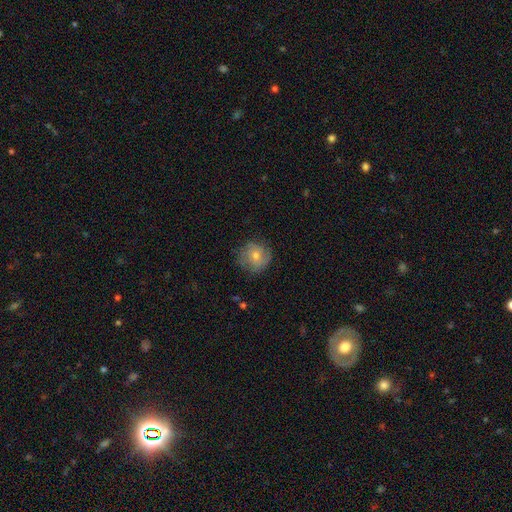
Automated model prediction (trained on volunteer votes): Overall: featured or disk (52%; smooth 38%). Edge-on disk: no (97%). Bar: no (81%). Spiral arms: yes (79%). Bulge size: moderate (51%; small 44%). Merging: none (76%).